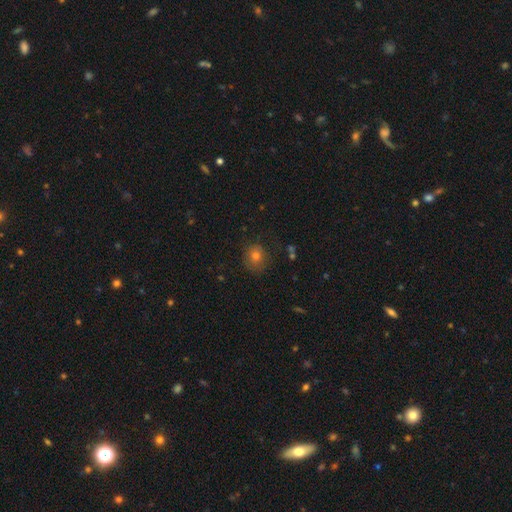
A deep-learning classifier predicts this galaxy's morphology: Overall: smooth (72%). How rounded: round (79%). Merging: none (79%).